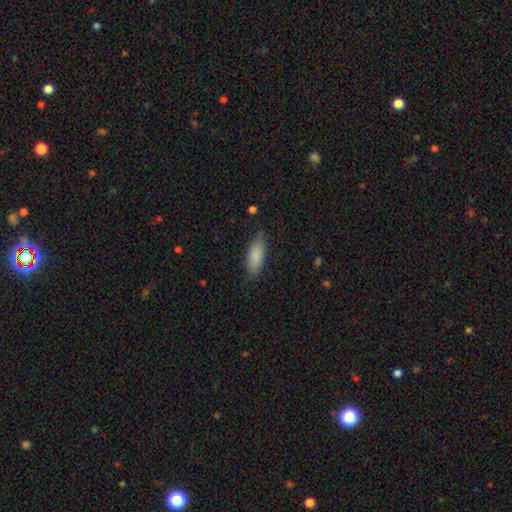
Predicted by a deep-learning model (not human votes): smooth-or-featured: smooth: 87% | featured or disk: 7% | star or artifact: 6%
  how-rounded: in between: 75% | cigar-shaped: 23% | round: 2%
  merging: none: 79% | minor disturbance: 17% | major disturbance: 3% | merger: 1%